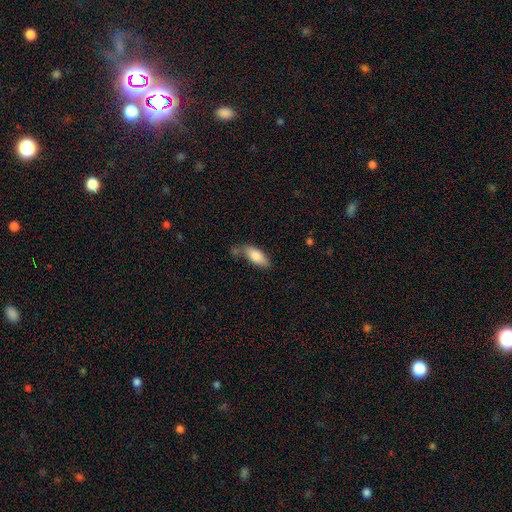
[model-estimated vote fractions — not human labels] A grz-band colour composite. It shows a smooth galaxy with no disk features (83%) that is in between round and cigar-shaped (81%). Merging: none (54%).